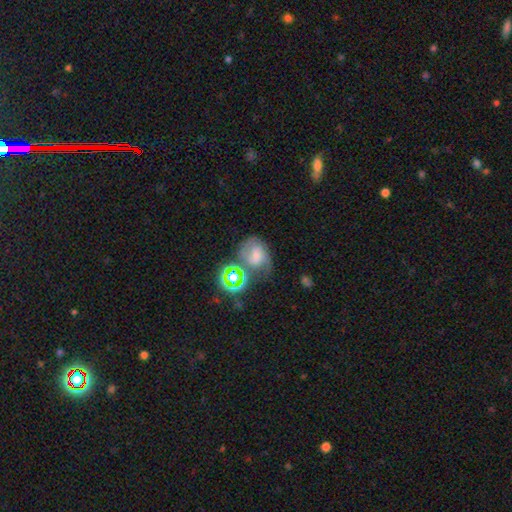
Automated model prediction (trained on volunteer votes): smooth-or-featured: featured or disk: 49% | smooth: 26% | star or artifact: 25%
  merging: none: 43% | merger: 22% | minor disturbance: 19% | major disturbance: 16%